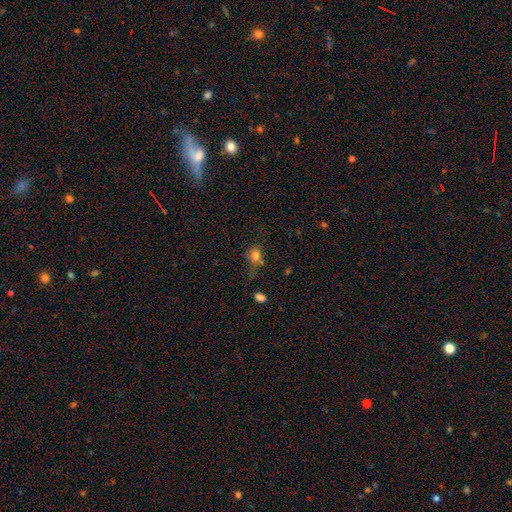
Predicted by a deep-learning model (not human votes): A smooth galaxy with no disk features (76%) that is round (54%).

Vote fractions:
- Smooth or featured? smooth: 76% / star or artifact: 13% / featured or disk: 11%
- How rounded? round: 54% / in between: 44% / cigar-shaped: 2%
- Merging? none: 40% / minor disturbance: 26% / major disturbance: 19% / merger: 15%